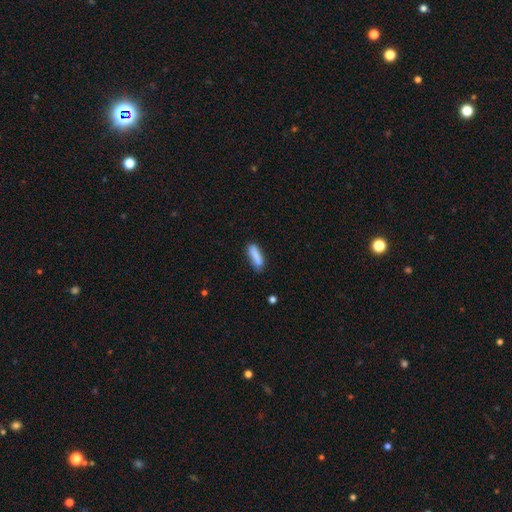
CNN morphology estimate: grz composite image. It shows a smooth galaxy with no disk features (82%) that is cigar-shaped (52%). Merging: none (61%).